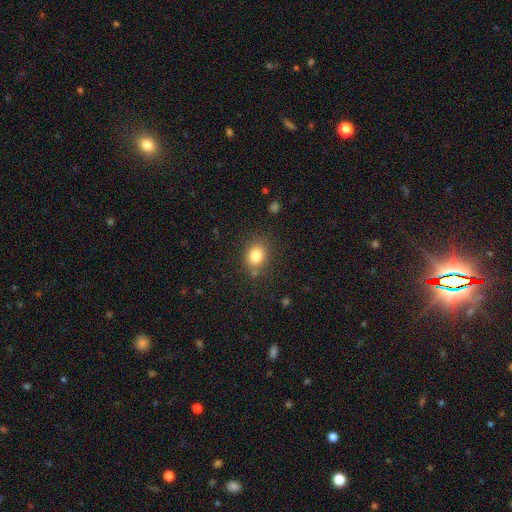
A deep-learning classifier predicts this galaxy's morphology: Q: Smooth or featured?
A: smooth (82%); runner-up: star or artifact (11%)
Q: How rounded?
A: round (52%); runner-up: in between (47%)
Q: Merging?
A: none (79%); runner-up: minor disturbance (13%)